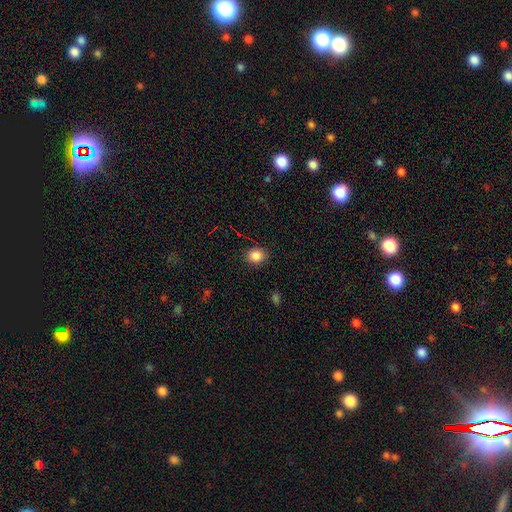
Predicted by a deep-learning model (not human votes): Morphology: type=smooth (85%); roundness=round (68%); merging=none (88%).